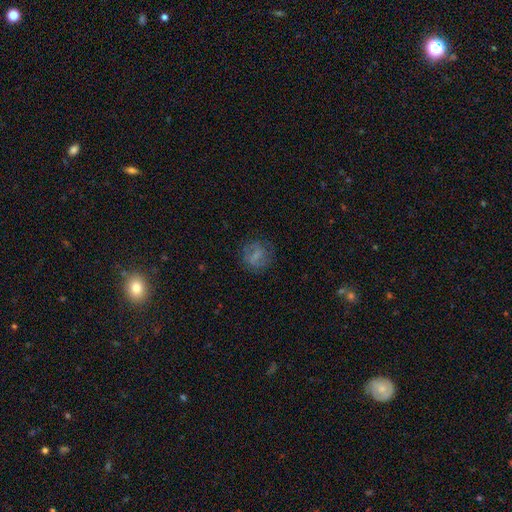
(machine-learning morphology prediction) Overall: smooth (59%; featured or disk 30%). How rounded: round (81%). Merging: none (74%).